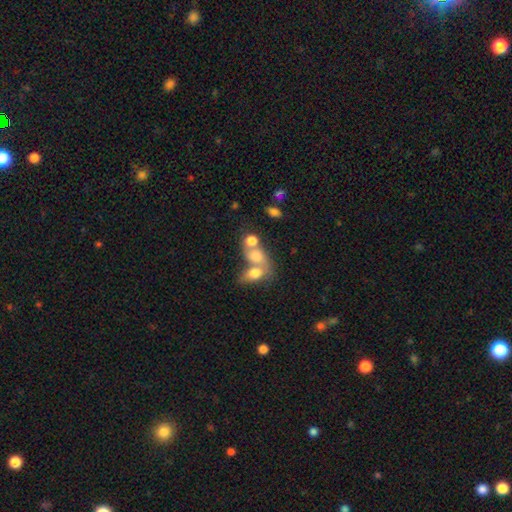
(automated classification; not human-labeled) Smooth or featured: smooth — 70% (featured or disk — 19%)
How rounded: in between — 62% (round — 36%)
Merging: merger — 64% (none — 21%)